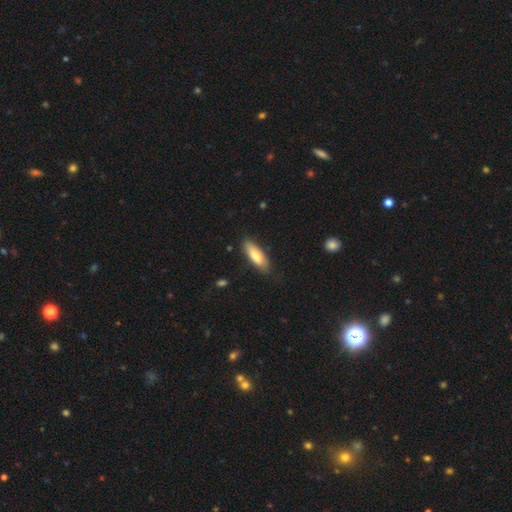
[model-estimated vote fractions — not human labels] Smooth or featured? Predicted: smooth (p=0.77). How rounded? Predicted: in between (p=0.54). Merging? Predicted: none (p=0.80).